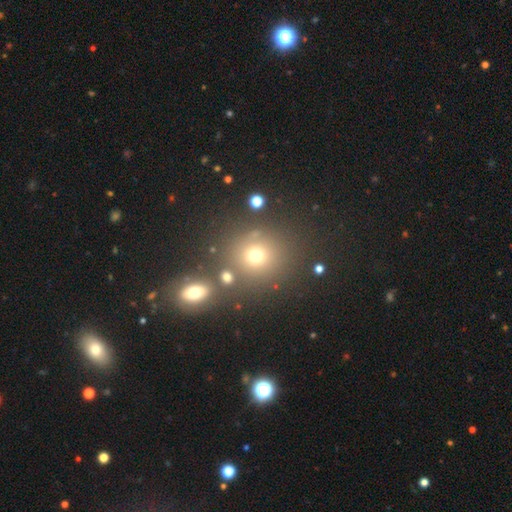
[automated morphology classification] This appears to be a smooth galaxy with no disk features (69%) that is round (83%). Merging: none (69%).